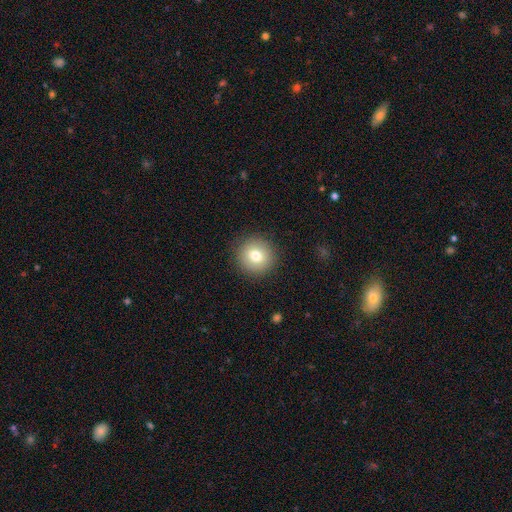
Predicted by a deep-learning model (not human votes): This is likely a smooth galaxy (78%). How rounded: clearly round (93%). Merging: clearly none (90%).